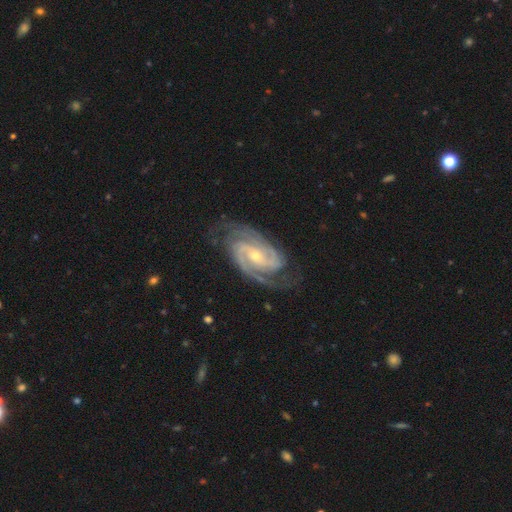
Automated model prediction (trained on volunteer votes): A featured or disk galaxy (93%) with no bar (44%), 2 (69%) tight (55%) spiral arms (99%) and a small central bulge (63%).

Vote fractions:
- Smooth or featured? featured or disk: 93% / star or artifact: 4% / smooth: 3%
- Edge-on disk? no: 97% / yes: 3%
- Bar? no: 44% / weak: 36% / strong: 20%
- Spiral arms? yes: 99% / no: 1%
- Spiral winding? tight: 55% / medium: 40% / loose: 6%
- Spiral arm count? 2: 69% / 3: 16% / can't tell: 5% / 4: 4% / 1: 3% / more than 4: 3%
- Bulge size? small: 63% / moderate: 34% / large: 1% / none: 1% / dominant: 1%
- Merging? none: 76% / minor disturbance: 16% / major disturbance: 6% / merger: 1%